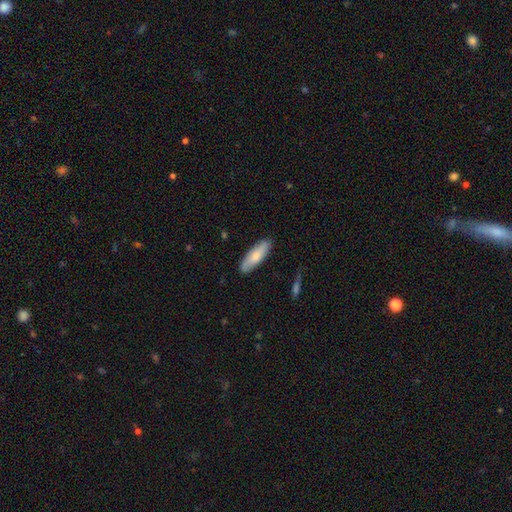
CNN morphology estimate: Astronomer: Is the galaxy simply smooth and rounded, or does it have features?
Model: smooth — 76%.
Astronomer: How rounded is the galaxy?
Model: in between — 55% (runner-up: cigar-shaped, 43%).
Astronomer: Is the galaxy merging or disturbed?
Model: none — 86%.